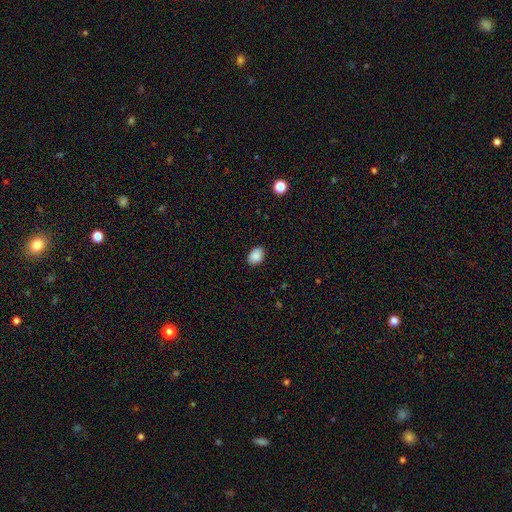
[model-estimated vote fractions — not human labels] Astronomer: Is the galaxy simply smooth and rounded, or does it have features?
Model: smooth — 88%.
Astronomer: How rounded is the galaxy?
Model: in between — 72%.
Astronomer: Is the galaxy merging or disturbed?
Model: none — 85%.